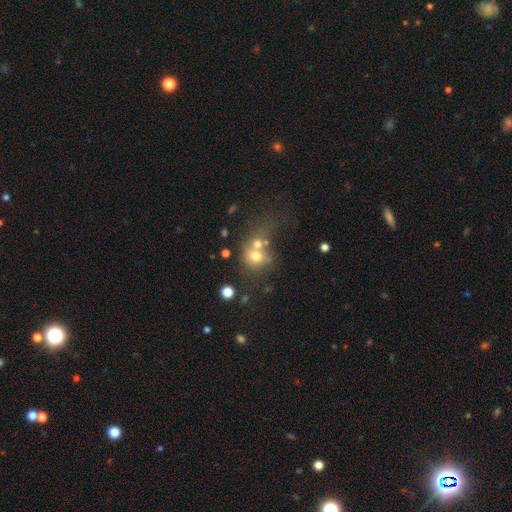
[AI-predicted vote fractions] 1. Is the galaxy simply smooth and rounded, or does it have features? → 66% smooth, 19% featured or disk, 14% star or artifact.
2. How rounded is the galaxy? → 76% round, 23% in between, 1% cigar-shaped.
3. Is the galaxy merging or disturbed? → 53% merger, 30% none, 9% minor disturbance, 8% major disturbance.